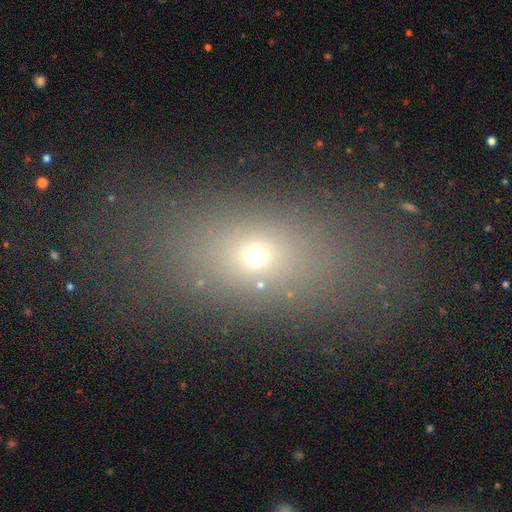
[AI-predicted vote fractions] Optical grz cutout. It shows a smooth galaxy with no disk features (63%) that is in between round and cigar-shaped (78%). Merging: none (78%).